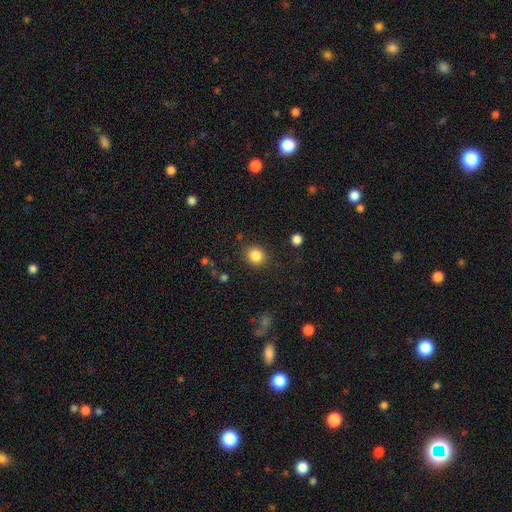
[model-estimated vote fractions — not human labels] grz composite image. It shows a smooth galaxy with no disk features (85%) that is round (82%). Merging: none (85%).